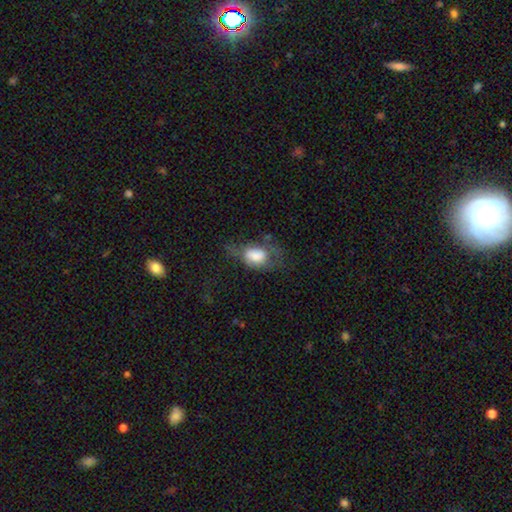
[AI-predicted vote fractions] The model was most divided on "merging": major disturbance: 39%, none: 30%, minor disturbance: 28%, merger: 3%. More confident: how rounded — in between (82%); smooth or featured — smooth (68%).